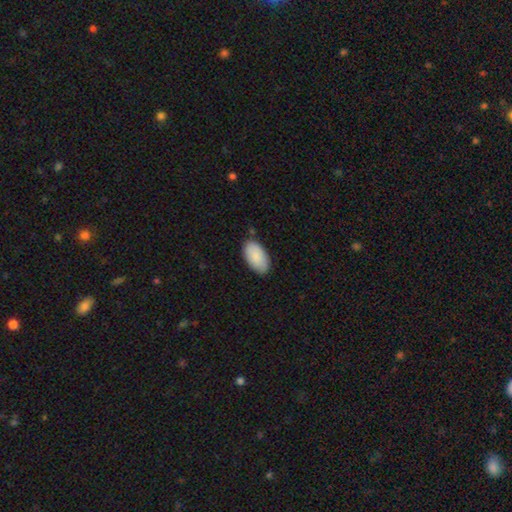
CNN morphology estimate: The model was most divided on "merging": none: 83%, minor disturbance: 13%, major disturbance: 2%, merger: 2%. More confident: how rounded — in between (96%); smooth or featured — smooth (88%).